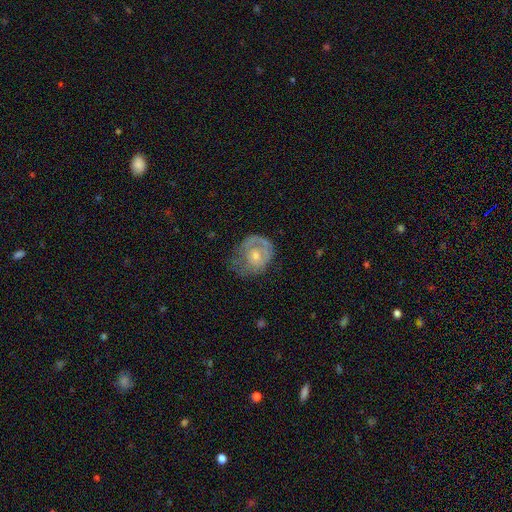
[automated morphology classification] Smooth or featured?
  - featured or disk: 59% *
  - smooth: 34%
  - star or artifact: 7%
Edge-on disk?
  - no: 97% *
  - yes: 3%
Bar?
  - no: 78% *
  - weak: 18%
  - strong: 3%
Spiral arms?
  - yes: 61% *
  - no: 39%
Bulge size?
  - moderate: 51% *
  - small: 43%
  - large: 3%
  - none: 2%
  - dominant: 1%
Merging?
  - none: 48% *
  - minor disturbance: 29%
  - major disturbance: 22%
  - merger: 2%